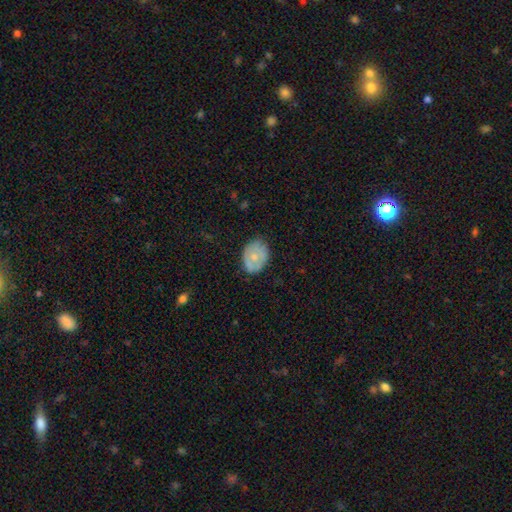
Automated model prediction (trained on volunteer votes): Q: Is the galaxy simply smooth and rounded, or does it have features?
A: smooth — 58%.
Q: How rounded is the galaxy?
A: in between — 63%.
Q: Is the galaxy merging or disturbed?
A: none — 66%.